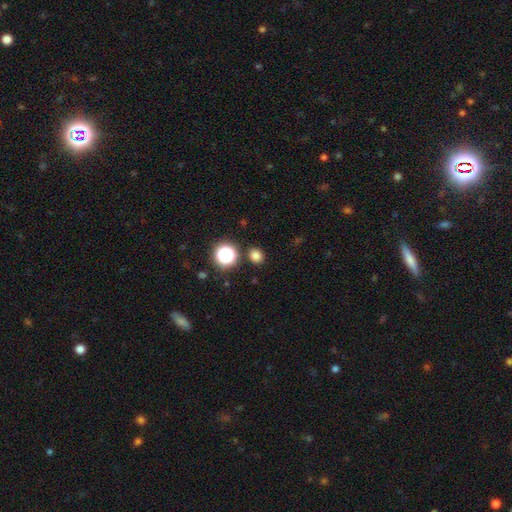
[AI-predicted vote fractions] Overall: smooth (77%). How rounded: round (73%). Merging: none (86%).